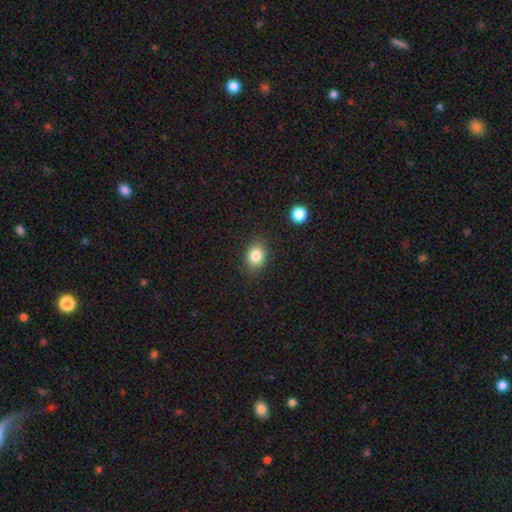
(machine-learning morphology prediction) smooth-or-featured: smooth: 83% | star or artifact: 10% | featured or disk: 7%
  how-rounded: in between: 56% | round: 43% | cigar-shaped: 1%
  merging: none: 85% | minor disturbance: 11% | major disturbance: 3% | merger: 2%